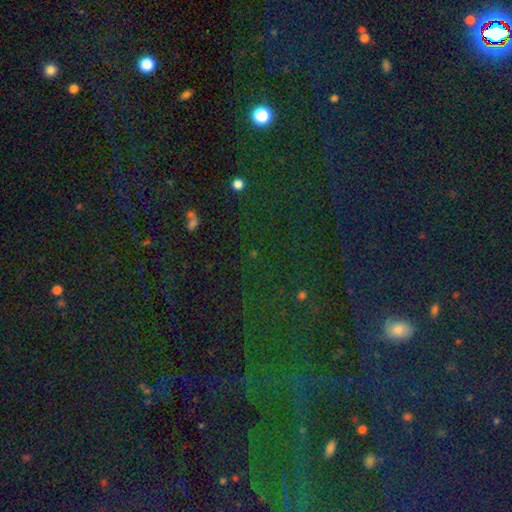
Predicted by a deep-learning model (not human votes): smooth-or-featured: star or artifact: 78% | smooth: 15% | featured or disk: 8%